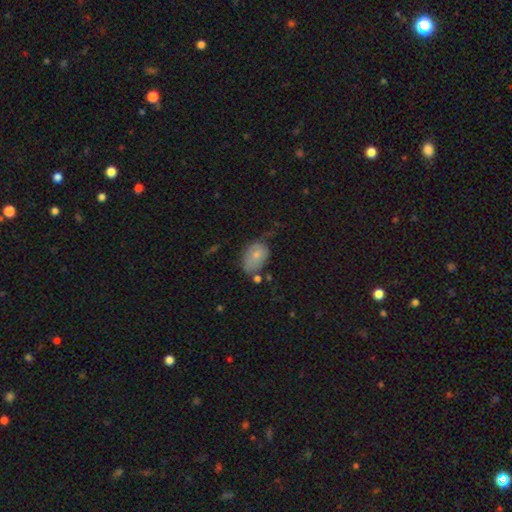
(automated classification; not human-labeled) Morphology: type=smooth (72%); roundness=in between (79%); merging=none (43%).